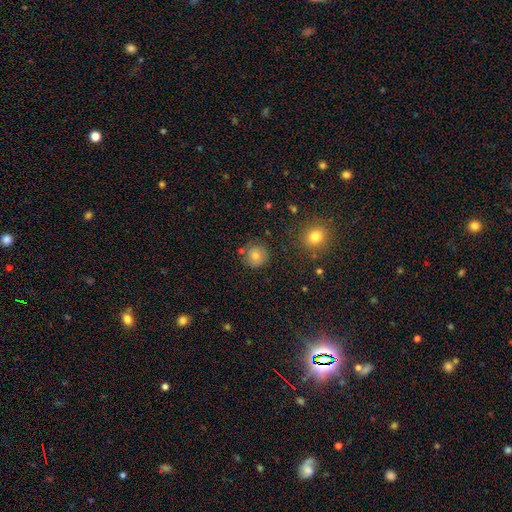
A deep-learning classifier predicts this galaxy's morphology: smooth_or_featured: smooth (p=0.76) [alt: star or artifact p=0.13]
how_rounded: round (p=0.92) [alt: in between p=0.07]
merging: none (p=0.79) [alt: minor disturbance p=0.12]